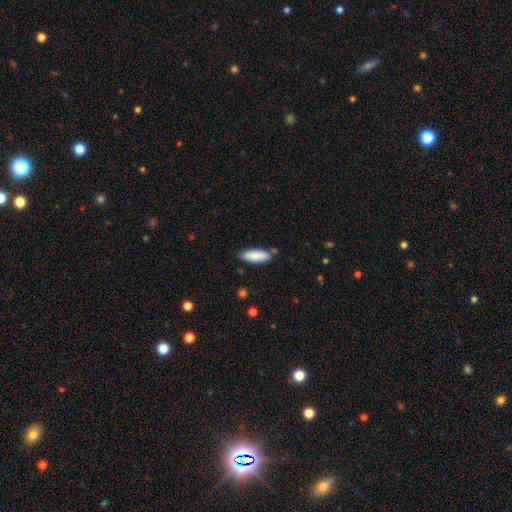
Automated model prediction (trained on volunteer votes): Q: Smooth or featured?
A: smooth (86%); runner-up: featured or disk (8%)
Q: How rounded?
A: in between (61%); runner-up: cigar-shaped (37%)
Q: Merging?
A: none (79%); runner-up: minor disturbance (15%)